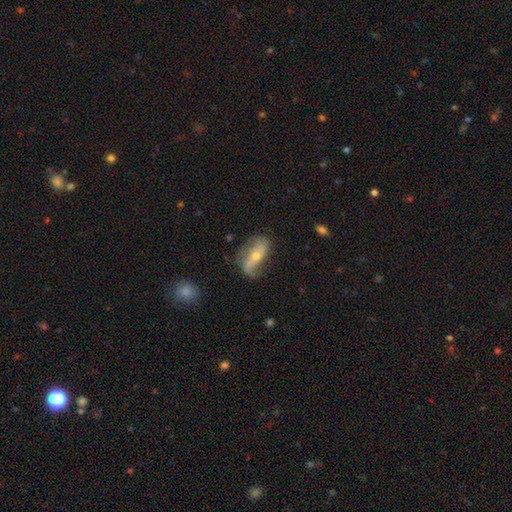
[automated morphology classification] Q: Smooth or featured?
A: featured or disk (70%); runner-up: smooth (21%)
Q: Edge-on disk?
A: no (88%); runner-up: yes (12%)
Q: Bar?
A: no (44%); runner-up: strong (29%)
Q: Spiral arms?
A: yes (87%); runner-up: no (13%)
Q: Spiral winding?
A: loose (72%); runner-up: medium (19%)
Q: Spiral arm count?
A: 2 (81%); runner-up: 1 (10%)
Q: Bulge size?
A: small (52%); runner-up: moderate (44%)
Q: Merging?
A: none (60%); runner-up: minor disturbance (25%)